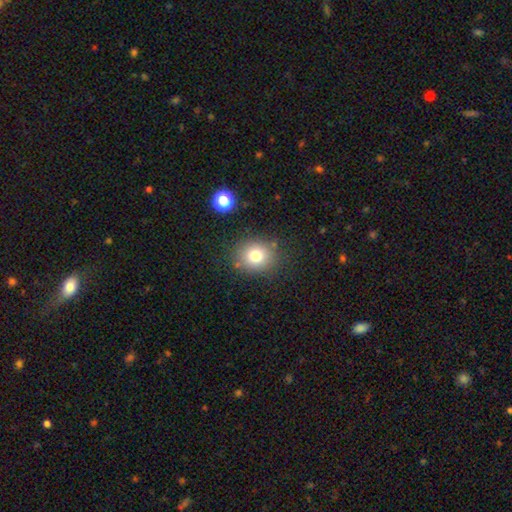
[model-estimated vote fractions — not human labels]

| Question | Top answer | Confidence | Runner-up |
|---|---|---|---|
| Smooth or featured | smooth | 77% | star or artifact (14%) |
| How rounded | round | 75% | in between (24%) |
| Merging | none | 83% | minor disturbance (10%) |